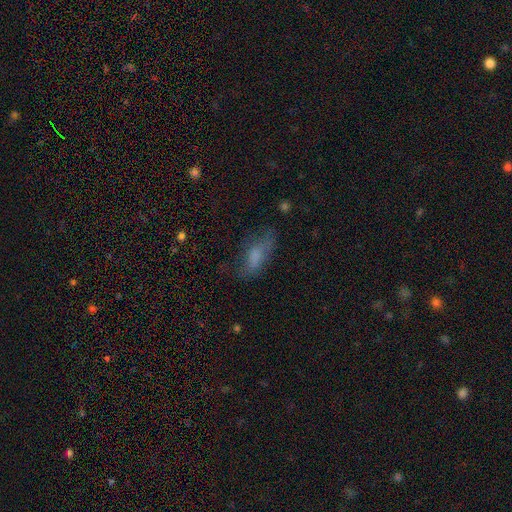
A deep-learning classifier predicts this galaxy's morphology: Smooth or featured? Predicted: smooth (p=0.66). How rounded? Predicted: in between (p=0.72). Merging? Predicted: none (p=0.51).